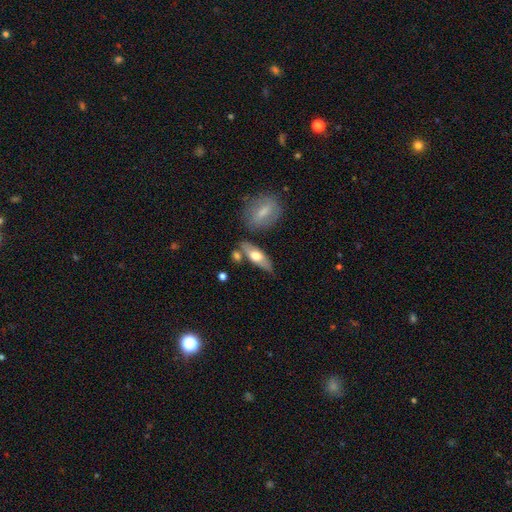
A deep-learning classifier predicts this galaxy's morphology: Overall: smooth (57%; featured or disk 37%). How rounded: in between (65%; cigar-shaped 31%). Merging: none (66%).